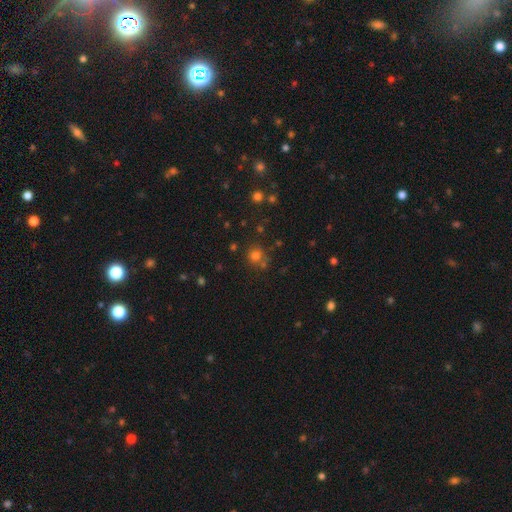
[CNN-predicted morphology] type=smooth (71%); roundness=round (86%); merging=none (68%).